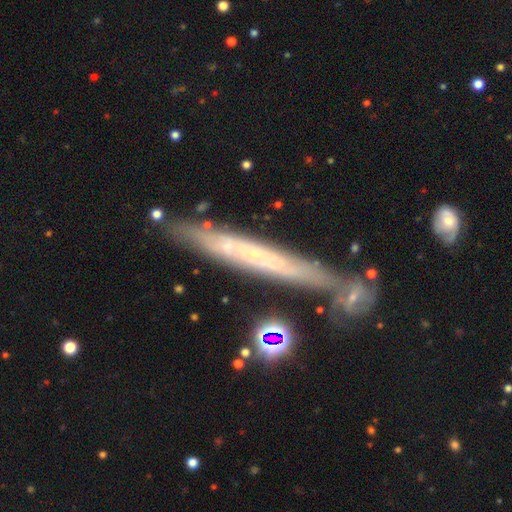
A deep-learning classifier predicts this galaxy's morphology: Smooth or featured?
  - featured or disk: 63% *
  - smooth: 28%
  - star or artifact: 10%
Edge-on disk?
  - yes: 79% *
  - no: 21%
Merging?
  - none: 76% *
  - minor disturbance: 13%
  - merger: 7%
  - major disturbance: 4%